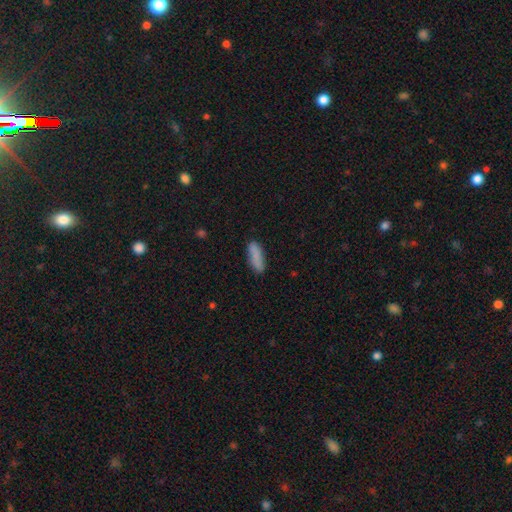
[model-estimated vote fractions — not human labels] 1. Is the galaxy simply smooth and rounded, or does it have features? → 84% smooth, 9% featured or disk, 7% star or artifact.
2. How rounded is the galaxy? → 54% in between, 44% cigar-shaped, 2% round.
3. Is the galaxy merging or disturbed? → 79% none, 16% minor disturbance, 3% major disturbance, 2% merger.